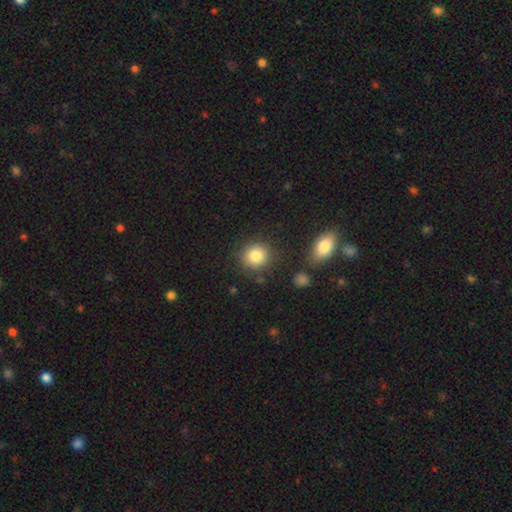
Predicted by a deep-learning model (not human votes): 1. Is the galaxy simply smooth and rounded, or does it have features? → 85% smooth, 9% star or artifact, 6% featured or disk.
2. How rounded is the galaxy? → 87% round, 12% in between, 1% cigar-shaped.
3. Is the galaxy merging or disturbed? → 82% none, 10% minor disturbance, 5% merger, 4% major disturbance.